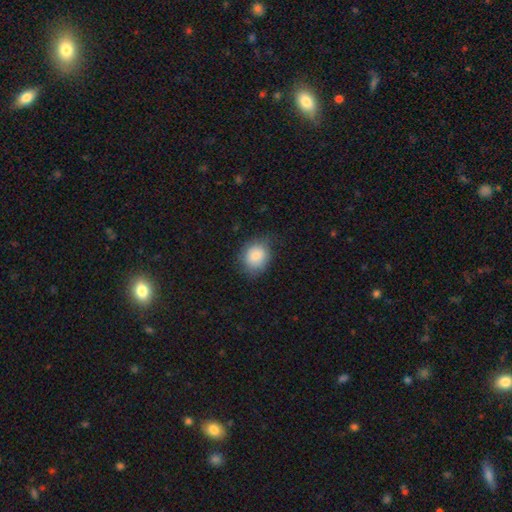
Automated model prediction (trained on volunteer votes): Smooth or featured? smooth (84%)
How rounded? round (68%)
Merging? none (71%)